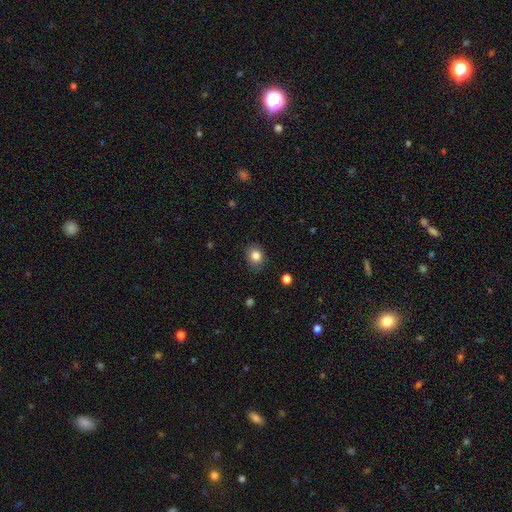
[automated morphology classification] smooth 84%, star or artifact 10%, featured or disk 6%. Down the decision tree: how rounded — round (62%); merging — none (81%).